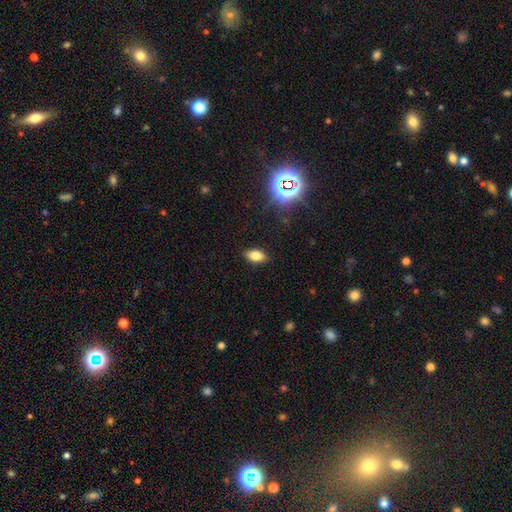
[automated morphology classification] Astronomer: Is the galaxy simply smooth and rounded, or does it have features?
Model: smooth — 76%.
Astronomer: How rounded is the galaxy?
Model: in between — 88%.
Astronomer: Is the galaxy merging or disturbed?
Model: none — 87%.